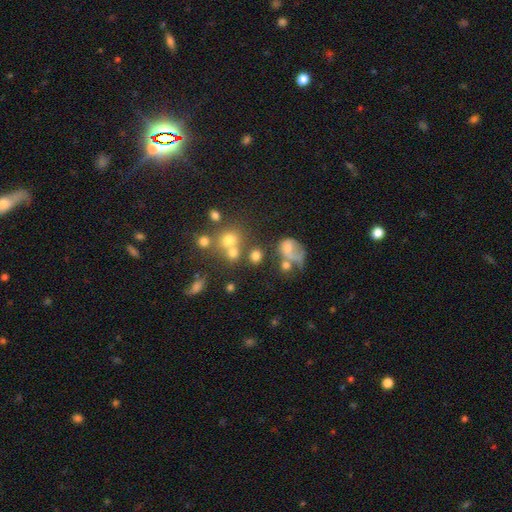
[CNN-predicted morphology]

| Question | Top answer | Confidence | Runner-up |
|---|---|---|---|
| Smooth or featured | smooth | 69% | star or artifact (17%) |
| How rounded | round | 67% | in between (31%) |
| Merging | none | 52% | merger (25%) |